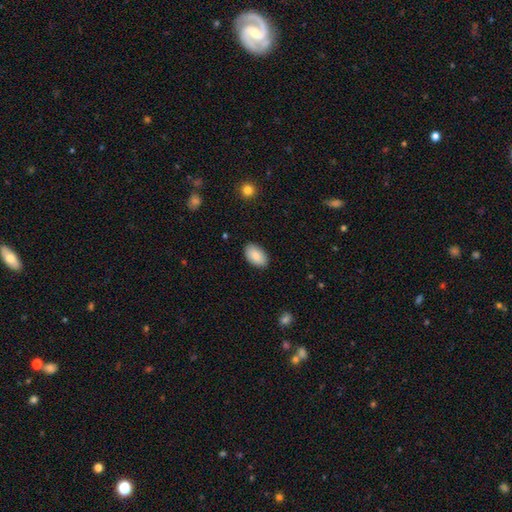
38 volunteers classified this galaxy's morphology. smooth_or_featured: smooth (p=0.89) [alt: featured or disk p=0.08]
how_rounded: in between (p=0.97) [alt: round p=0.03]
merging: none (p=0.78) [alt: minor disturbance p=0.16]